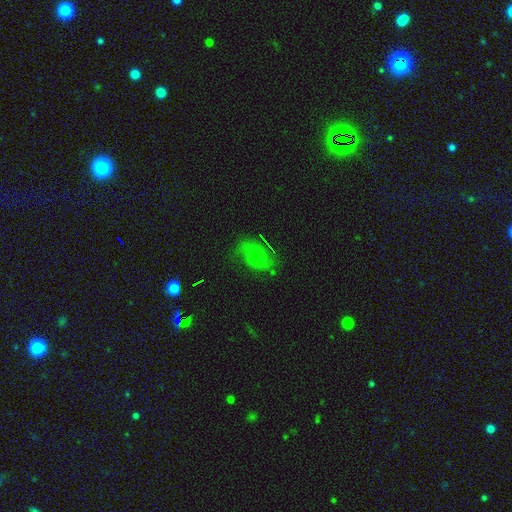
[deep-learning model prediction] A featured or disk galaxy (46%). Merging: none (60%).